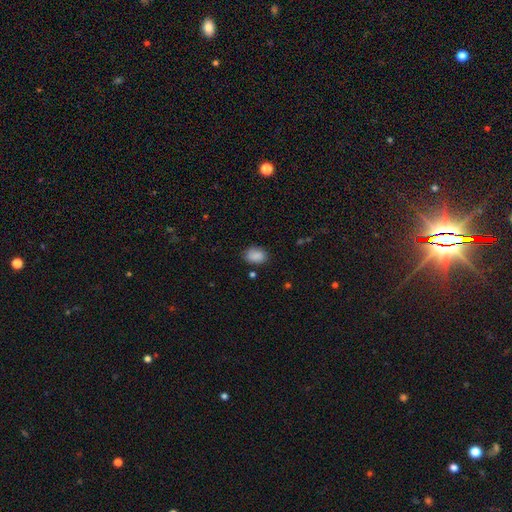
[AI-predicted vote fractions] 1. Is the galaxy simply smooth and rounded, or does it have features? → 88% smooth, 8% star or artifact, 4% featured or disk.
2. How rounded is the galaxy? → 72% in between, 27% round, 1% cigar-shaped.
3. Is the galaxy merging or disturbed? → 80% none, 15% minor disturbance, 3% major disturbance, 2% merger.